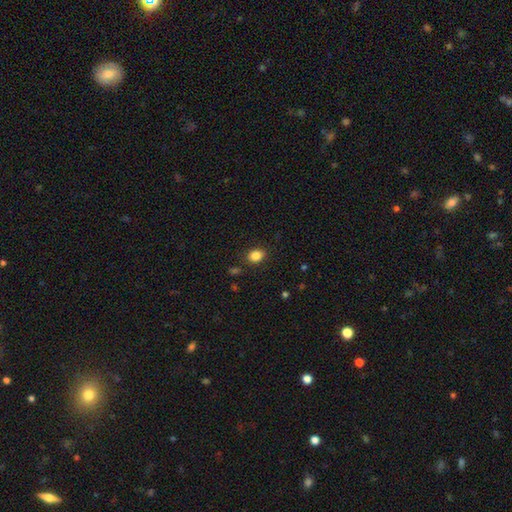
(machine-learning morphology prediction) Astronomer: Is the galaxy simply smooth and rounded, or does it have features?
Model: smooth — 84%.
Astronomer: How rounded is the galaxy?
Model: in between — 56% (runner-up: round, 43%).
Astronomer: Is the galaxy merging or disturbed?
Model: none — 86%.